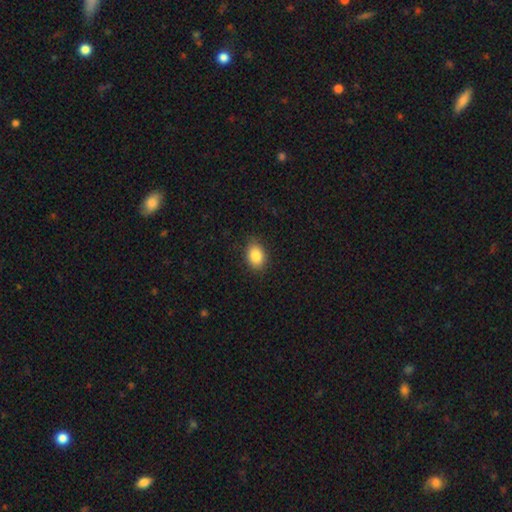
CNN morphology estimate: smooth_or_featured: smooth (p=0.86) [alt: star or artifact p=0.08]
how_rounded: in between (p=0.77) [alt: round p=0.22]
merging: none (p=0.85) [alt: minor disturbance p=0.12]